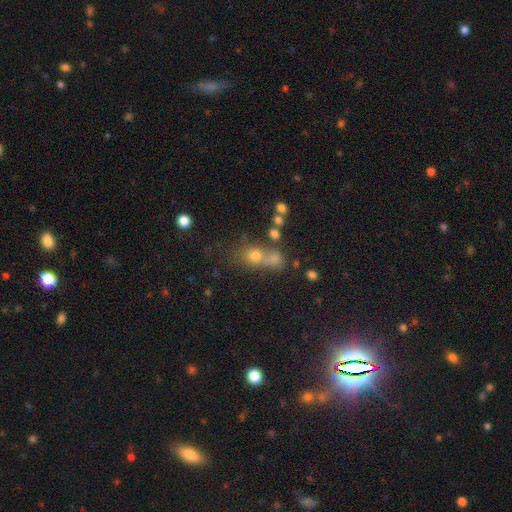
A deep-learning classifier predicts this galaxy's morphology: smooth_or_featured: smooth (p=0.62) [alt: star or artifact p=0.23]
how_rounded: round (p=0.69) [alt: in between p=0.28]
merging: merger (p=0.46) [alt: none p=0.38]